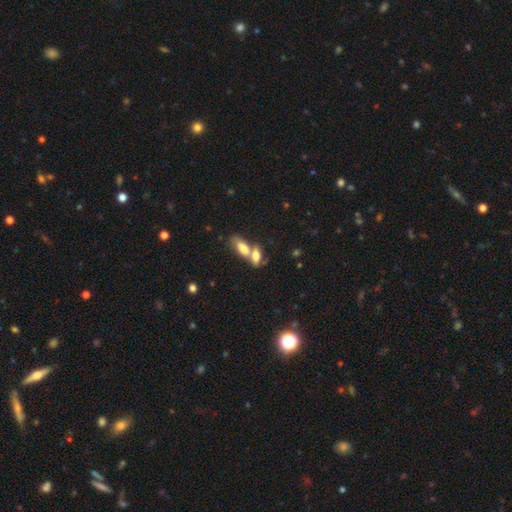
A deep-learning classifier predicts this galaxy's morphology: type=smooth (70%); roundness=in between (80%); merging=merger (64%).